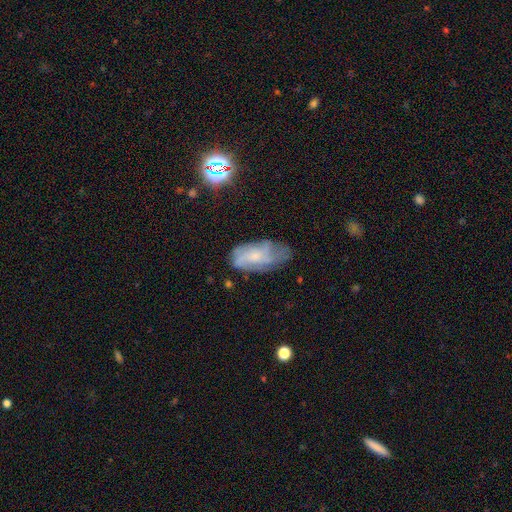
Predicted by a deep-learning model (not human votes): Smooth or featured? Predicted: featured or disk (p=0.54). Edge-on disk? Predicted: no (p=0.93). Bar? Predicted: no (p=0.72). Spiral arms? Predicted: yes (p=0.76). Bulge size? Predicted: small (p=0.53). Merging? Predicted: none (p=0.57).